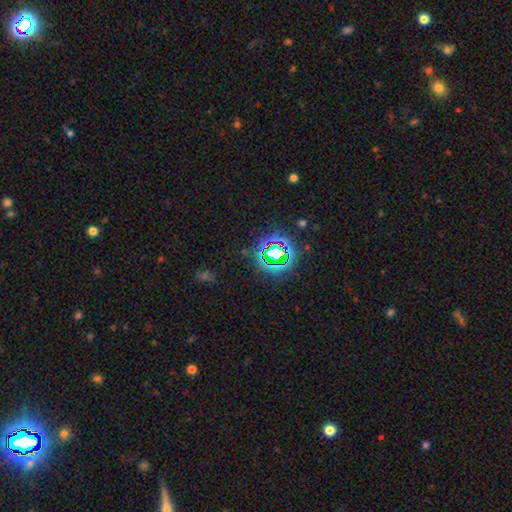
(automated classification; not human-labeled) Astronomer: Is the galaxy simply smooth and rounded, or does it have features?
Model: star or artifact — 73%.